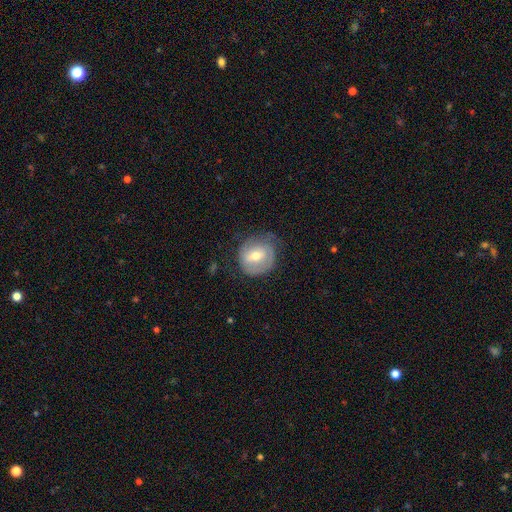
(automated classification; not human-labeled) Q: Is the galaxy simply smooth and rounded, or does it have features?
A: featured or disk — 53%.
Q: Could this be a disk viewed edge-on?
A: no — 96%.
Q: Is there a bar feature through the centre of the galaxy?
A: weak — 48%.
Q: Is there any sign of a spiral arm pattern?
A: yes — 70%.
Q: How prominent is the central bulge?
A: moderate — 67%.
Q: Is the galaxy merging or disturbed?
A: none — 61%.